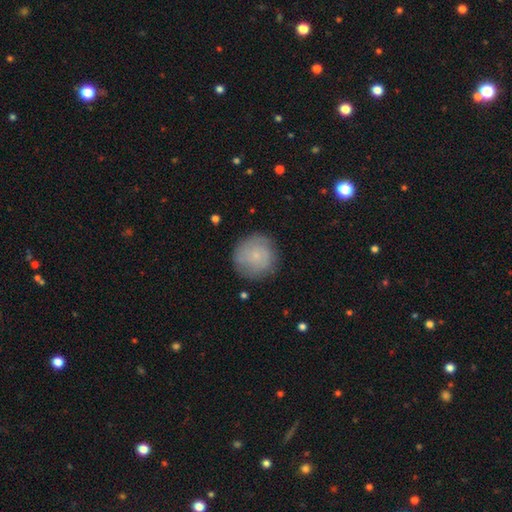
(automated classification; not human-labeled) Smooth or featured: smooth — 65% (featured or disk — 27%)
How rounded: round — 93% (in between — 6%)
Merging: none — 81% (minor disturbance — 13%)